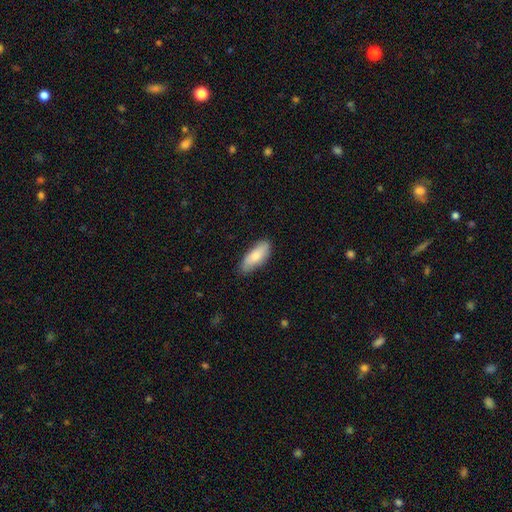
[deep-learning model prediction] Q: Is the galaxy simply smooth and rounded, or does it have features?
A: smooth — 80%.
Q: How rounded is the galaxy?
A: in between — 76%.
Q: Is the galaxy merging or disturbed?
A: none — 79%.